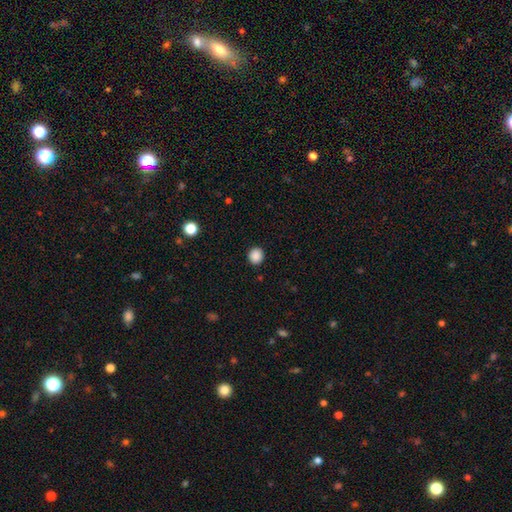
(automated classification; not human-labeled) Smooth or featured?
  - smooth: 88% *
  - star or artifact: 10%
  - featured or disk: 2%
How rounded?
  - round: 89% *
  - in between: 10%
  - cigar-shaped: 1%
Merging?
  - none: 91% *
  - minor disturbance: 6%
  - major disturbance: 2%
  - merger: 1%